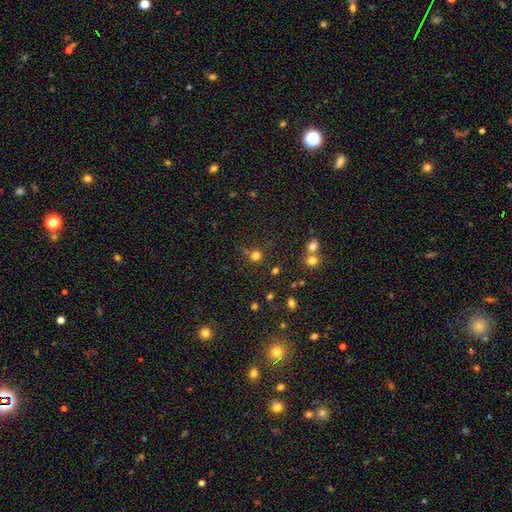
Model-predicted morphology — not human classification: Smooth or featured? smooth (73%)
How rounded? round (92%)
Merging? none (71%)